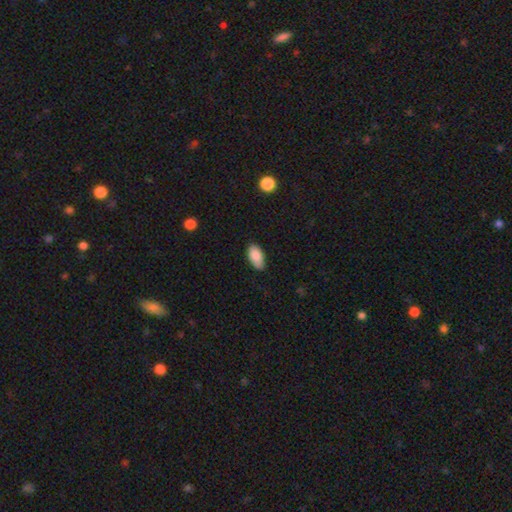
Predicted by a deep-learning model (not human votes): Smooth or featured: smooth — 87% (star or artifact — 7%)
How rounded: in between — 94% (cigar-shaped — 3%)
Merging: none — 81% (minor disturbance — 15%)